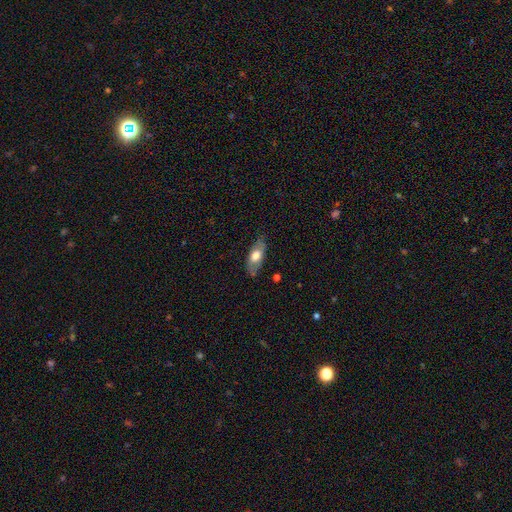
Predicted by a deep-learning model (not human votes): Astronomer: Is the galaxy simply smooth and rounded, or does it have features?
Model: smooth — 61%.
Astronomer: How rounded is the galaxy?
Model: in between — 81%.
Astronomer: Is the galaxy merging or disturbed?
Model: none — 75%.